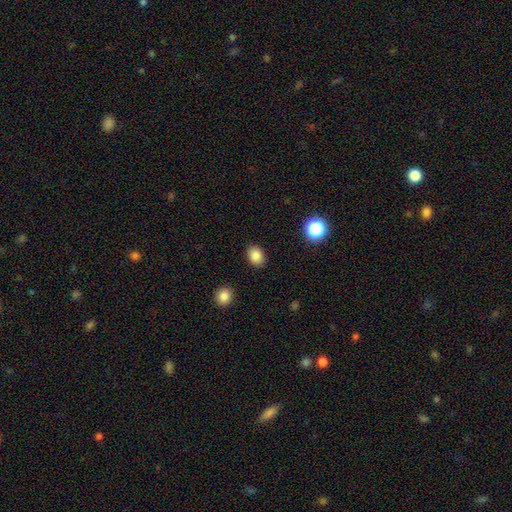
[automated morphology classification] Smooth or featured? Predicted: smooth (p=0.85). How rounded? Predicted: in between (p=0.64). Merging? Predicted: none (p=0.88).